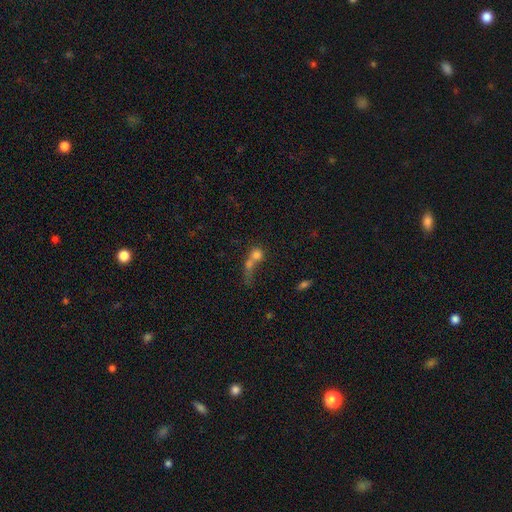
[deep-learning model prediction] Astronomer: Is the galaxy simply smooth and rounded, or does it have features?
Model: smooth — 63%.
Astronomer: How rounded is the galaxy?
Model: round — 67%.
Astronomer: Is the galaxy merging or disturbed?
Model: merger — 62%.